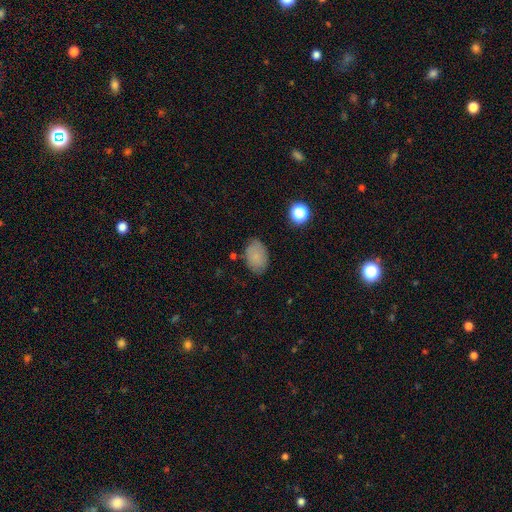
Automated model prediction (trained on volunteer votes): The model was most divided on "merging": none: 79%, minor disturbance: 15%, major disturbance: 4%, merger: 2%. More confident: how rounded — in between (86%); smooth or featured — smooth (81%).